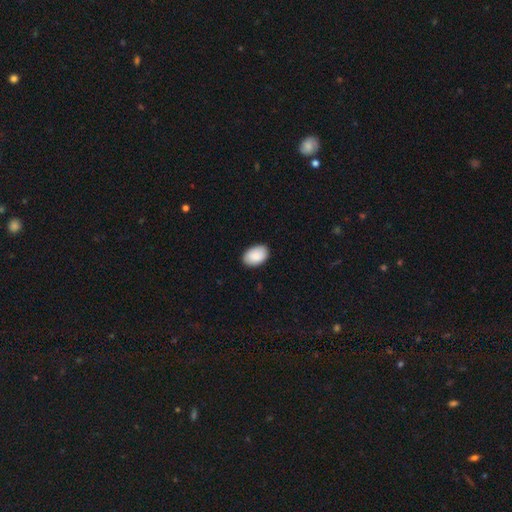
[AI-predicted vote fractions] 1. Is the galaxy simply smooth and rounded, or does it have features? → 91% smooth, 6% star or artifact, 4% featured or disk.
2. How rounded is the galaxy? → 90% in between, 9% round, 1% cigar-shaped.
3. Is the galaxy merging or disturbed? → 88% none, 9% minor disturbance, 2% major disturbance, 1% merger.